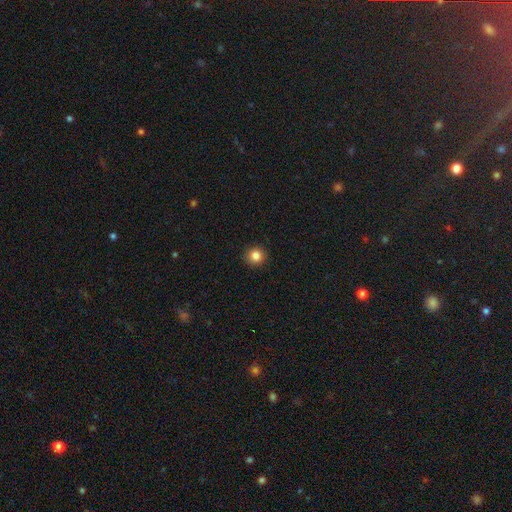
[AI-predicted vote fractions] Smooth or featured? Predicted: smooth (p=0.84). How rounded? Predicted: round (p=0.93). Merging? Predicted: none (p=0.93).